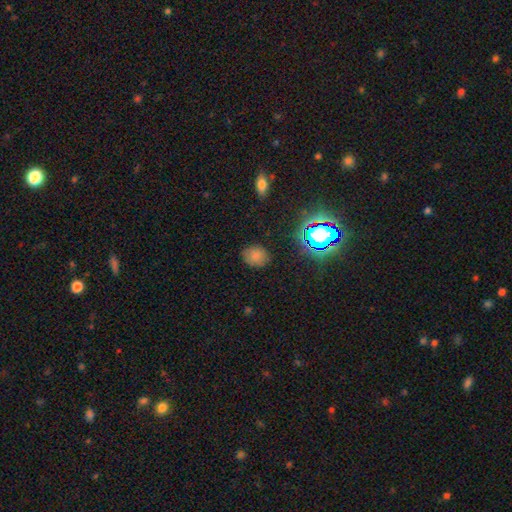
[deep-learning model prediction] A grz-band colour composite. It shows a smooth galaxy with no disk features (74%) that is round (65%). Merging: none (83%).